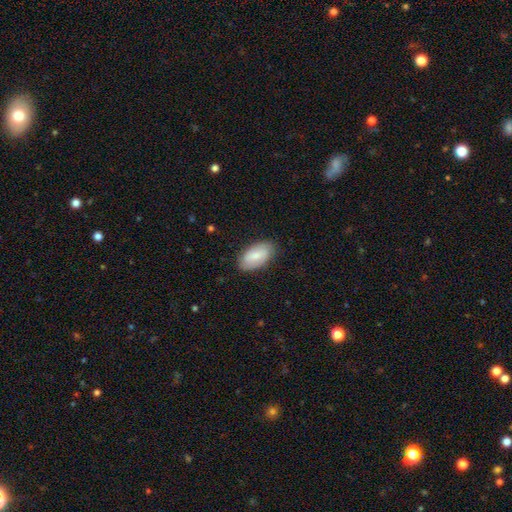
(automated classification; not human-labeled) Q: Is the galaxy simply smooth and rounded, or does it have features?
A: smooth — 73%.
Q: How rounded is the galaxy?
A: in between — 95%.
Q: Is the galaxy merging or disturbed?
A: none — 82%.